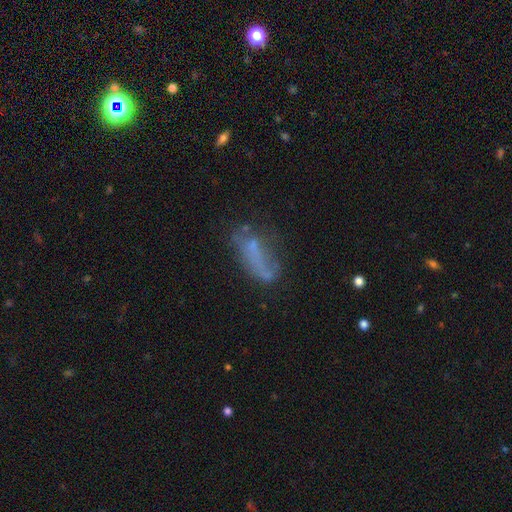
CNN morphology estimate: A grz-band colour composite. It shows a smooth galaxy with no disk features (50%) that is in between round and cigar-shaped (68%). Merging: none (43%).